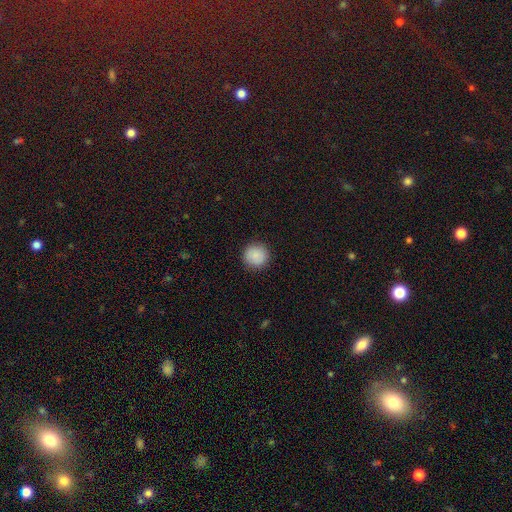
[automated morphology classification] Smooth or featured?
  - smooth: 88% *
  - star or artifact: 8%
  - featured or disk: 4%
How rounded?
  - round: 95% *
  - in between: 4%
  - cigar-shaped: 1%
Merging?
  - none: 91% *
  - minor disturbance: 6%
  - major disturbance: 2%
  - merger: 1%